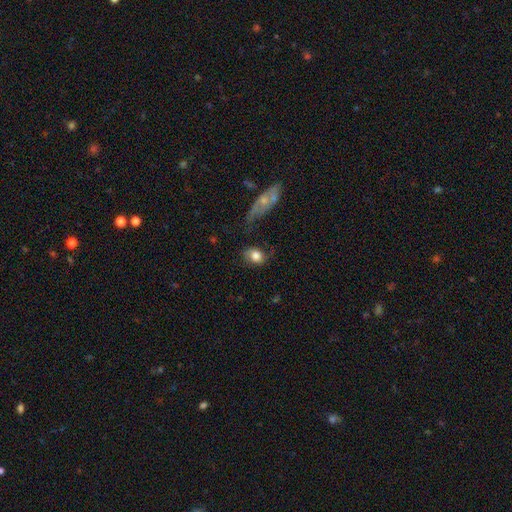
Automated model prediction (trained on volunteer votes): Morphology: type=smooth (75%); roundness=in between (57%); merging=none (57%).